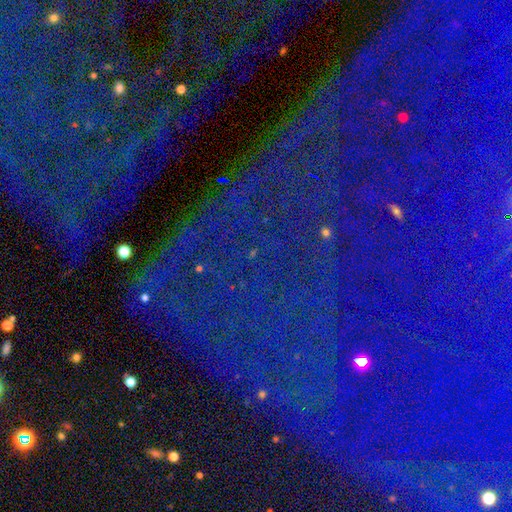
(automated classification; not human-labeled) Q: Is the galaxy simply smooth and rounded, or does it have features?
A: star or artifact — 87%.